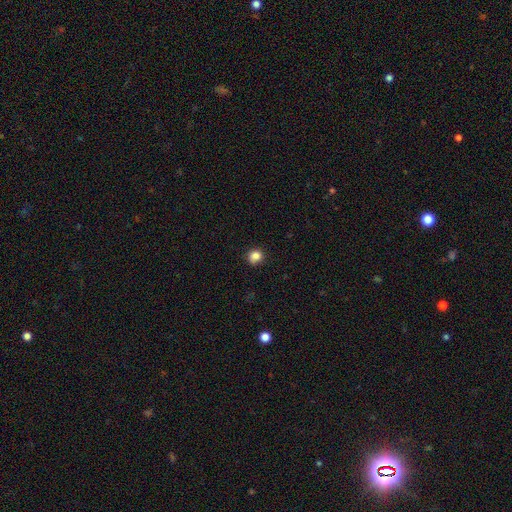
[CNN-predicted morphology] Smooth or featured?
  - smooth: 84% *
  - star or artifact: 11%
  - featured or disk: 5%
How rounded?
  - round: 85% *
  - in between: 14%
  - cigar-shaped: 1%
Merging?
  - none: 81% *
  - minor disturbance: 14%
  - major disturbance: 3%
  - merger: 1%